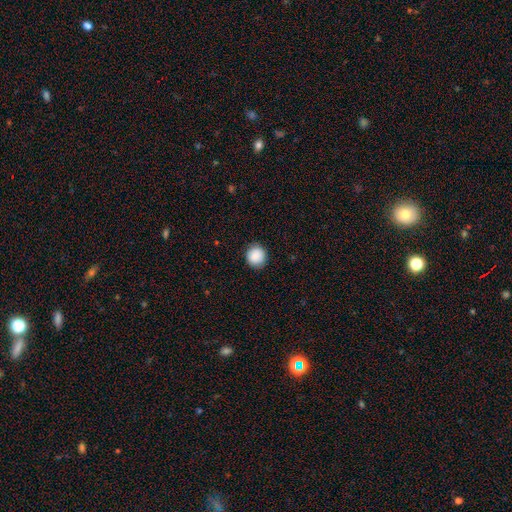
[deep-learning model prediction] The model was most divided on "smooth or featured": smooth: 88%, star or artifact: 8%, featured or disk: 4%. More confident: how rounded — round (92%); merging — none (89%).